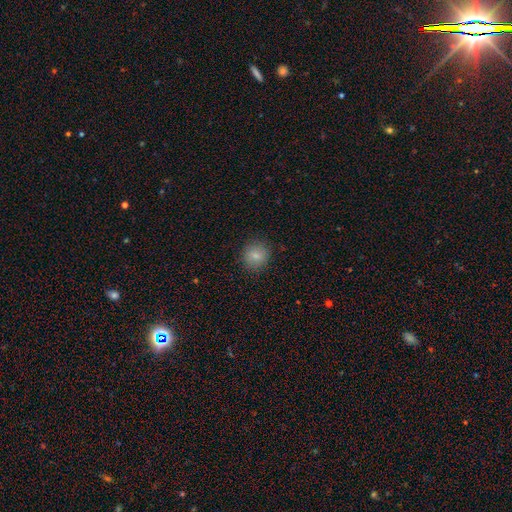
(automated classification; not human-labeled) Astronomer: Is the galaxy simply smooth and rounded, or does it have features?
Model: smooth — 84%.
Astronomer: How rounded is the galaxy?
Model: round — 87%.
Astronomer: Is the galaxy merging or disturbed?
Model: none — 88%.